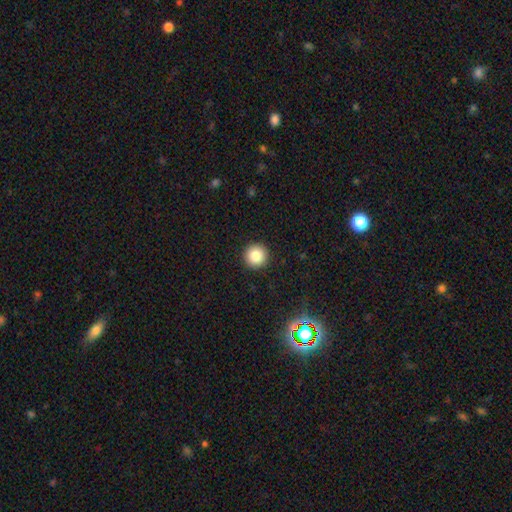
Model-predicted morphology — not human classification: Overall: smooth (84%). How rounded: round (96%). Merging: none (93%).